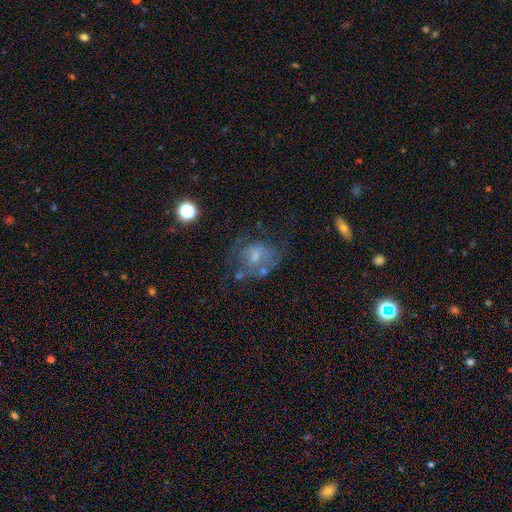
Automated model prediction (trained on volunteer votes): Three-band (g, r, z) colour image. It shows a featured or disk galaxy (54%) with no bar (68%), spiral arms (54%) and a small central bulge (44%). Merging: none (46%).